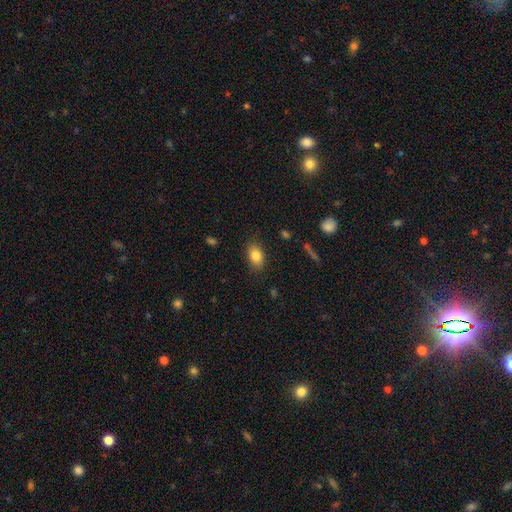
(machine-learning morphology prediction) Smooth or featured?
  - smooth: 83% *
  - star or artifact: 9%
  - featured or disk: 8%
How rounded?
  - in between: 83% *
  - round: 15%
  - cigar-shaped: 2%
Merging?
  - none: 83% *
  - minor disturbance: 13%
  - major disturbance: 3%
  - merger: 1%